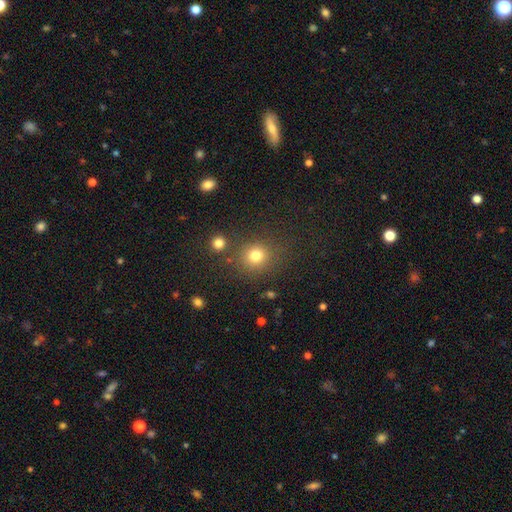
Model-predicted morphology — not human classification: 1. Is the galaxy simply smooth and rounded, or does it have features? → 78% smooth, 16% star or artifact, 6% featured or disk.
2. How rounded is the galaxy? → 87% round, 12% in between, 1% cigar-shaped.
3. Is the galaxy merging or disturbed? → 79% none, 10% minor disturbance, 7% merger, 5% major disturbance.